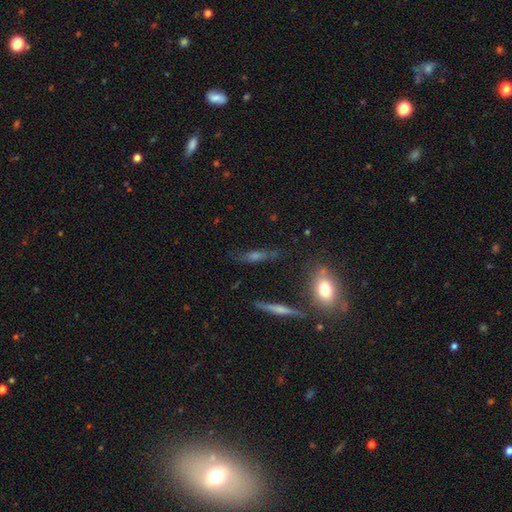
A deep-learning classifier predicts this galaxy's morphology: A featured or disk galaxy (49%).

Vote fractions:
- Smooth or featured? featured or disk: 49% / smooth: 33% / star or artifact: 18%
- Merging? none: 75% / minor disturbance: 15% / major disturbance: 6% / merger: 4%